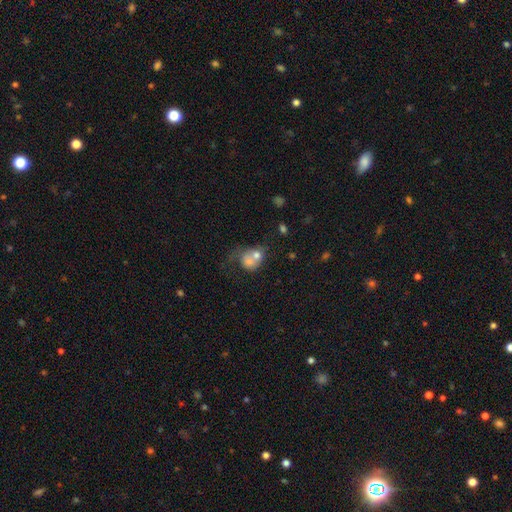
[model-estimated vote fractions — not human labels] smooth-or-featured: smooth: 65% | featured or disk: 25% | star or artifact: 10%
  how-rounded: round: 59% | in between: 40% | cigar-shaped: 1%
  merging: merger: 64% | none: 16% | major disturbance: 11% | minor disturbance: 8%